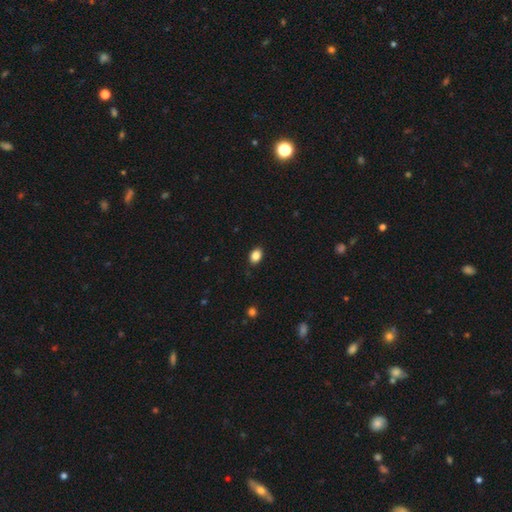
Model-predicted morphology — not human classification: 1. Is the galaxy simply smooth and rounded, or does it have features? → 87% smooth, 9% star or artifact, 3% featured or disk.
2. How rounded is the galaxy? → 77% in between, 22% round, 1% cigar-shaped.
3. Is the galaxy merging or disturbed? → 88% none, 9% minor disturbance, 2% major disturbance, 1% merger.